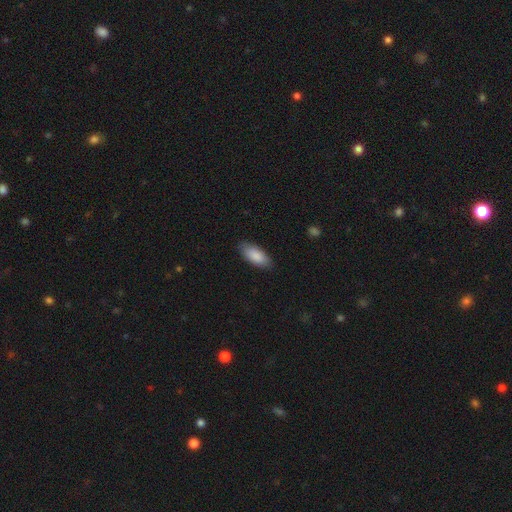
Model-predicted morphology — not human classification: type=smooth (88%); roundness=in between (87%); merging=none (85%).